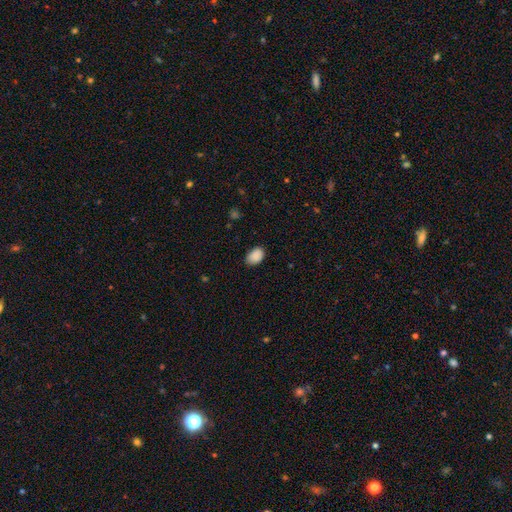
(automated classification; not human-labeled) Morphology: type=smooth (89%); roundness=in between (86%); merging=none (79%).